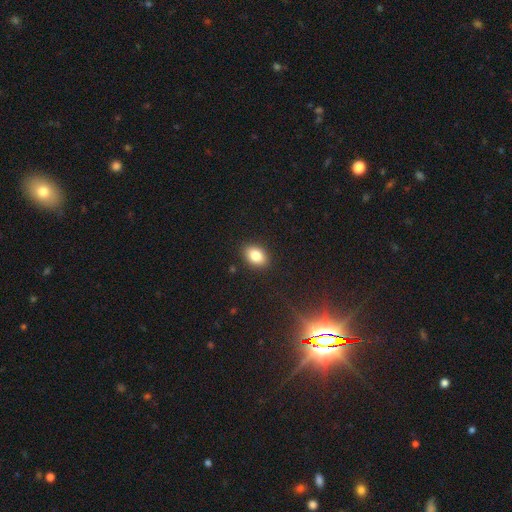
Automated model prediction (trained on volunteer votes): Smooth or featured?
  - smooth: 84% *
  - star or artifact: 9%
  - featured or disk: 7%
How rounded?
  - in between: 83% *
  - round: 15%
  - cigar-shaped: 1%
Merging?
  - none: 89% *
  - minor disturbance: 8%
  - major disturbance: 2%
  - merger: 1%